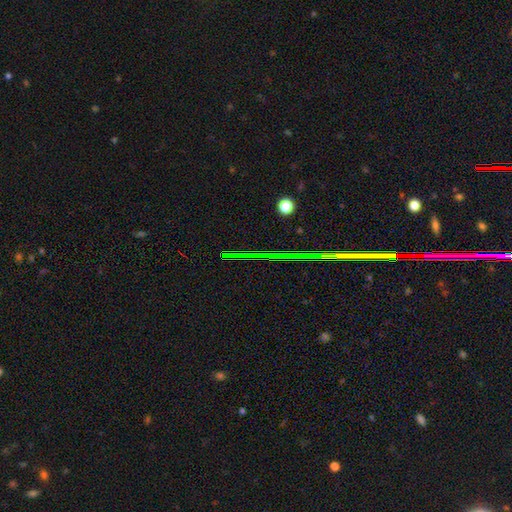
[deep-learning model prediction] Smooth or featured: star or artifact — 81% (featured or disk — 10%)